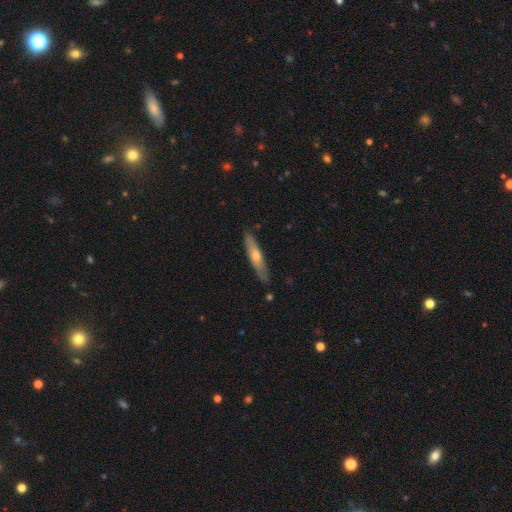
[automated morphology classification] Q: Smooth or featured?
A: smooth (52%); runner-up: featured or disk (42%)
Q: How rounded?
A: cigar-shaped (86%); runner-up: in between (13%)
Q: Merging?
A: none (82%); runner-up: minor disturbance (14%)